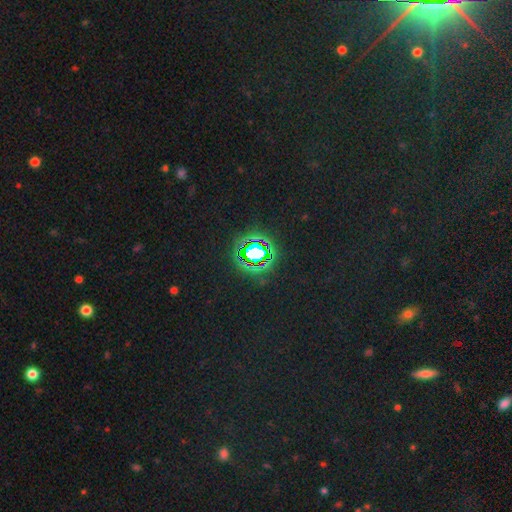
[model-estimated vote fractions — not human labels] A star or artifact, not a galaxy (77%).